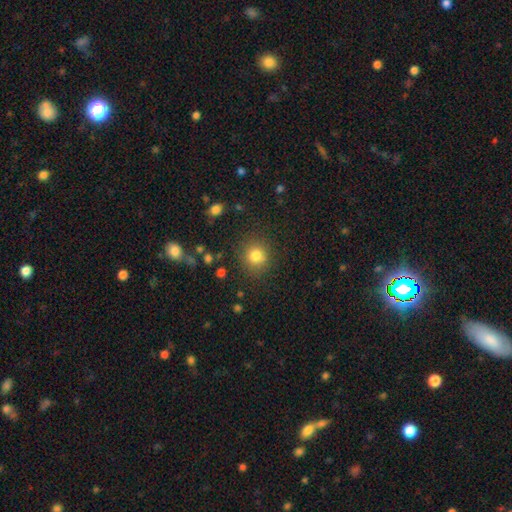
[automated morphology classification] smooth 81%, star or artifact 13%, featured or disk 6%. Down the decision tree: how rounded — round (88%); merging — none (85%).